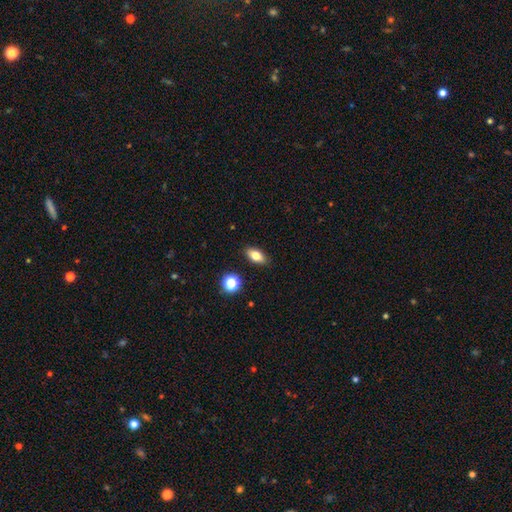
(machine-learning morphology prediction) This is likely a smooth galaxy (76%). How rounded: clearly in between (83%). Merging: clearly none (88%).